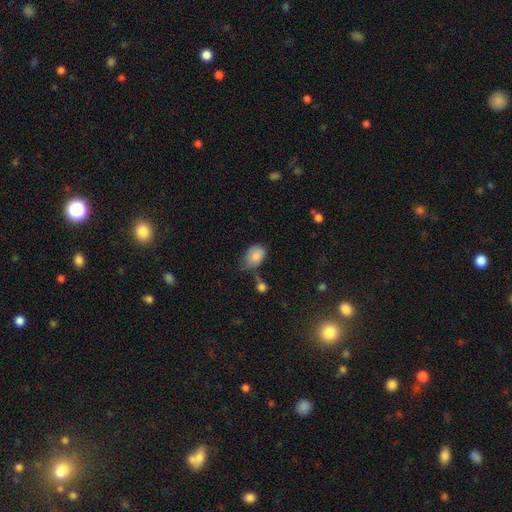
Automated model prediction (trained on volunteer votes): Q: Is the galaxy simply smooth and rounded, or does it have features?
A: smooth — 84%.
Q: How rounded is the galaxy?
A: in between — 78%.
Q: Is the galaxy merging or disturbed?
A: minor disturbance — 40%.